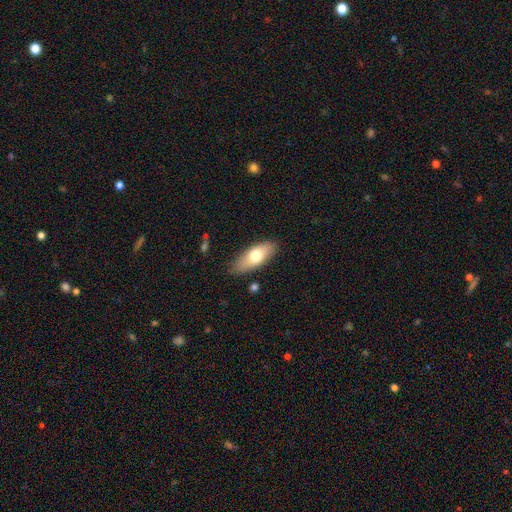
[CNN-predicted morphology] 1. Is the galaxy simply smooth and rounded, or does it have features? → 69% smooth, 25% featured or disk, 6% star or artifact.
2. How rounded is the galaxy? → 78% in between, 20% cigar-shaped, 3% round.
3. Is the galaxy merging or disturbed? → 83% none, 13% minor disturbance, 3% major disturbance, 2% merger.